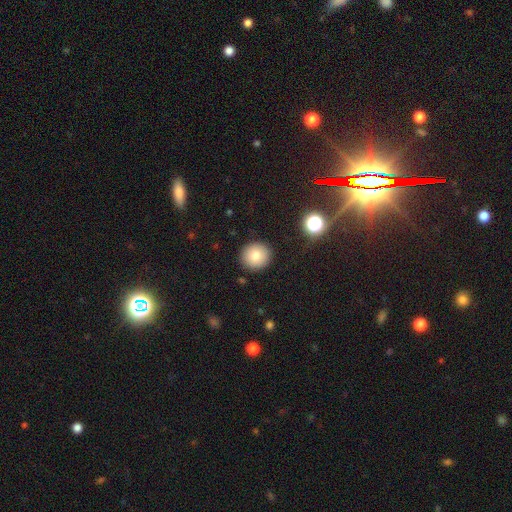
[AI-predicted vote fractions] This is likely a smooth galaxy (79%). How rounded: clearly round (88%). Merging: clearly none (90%).